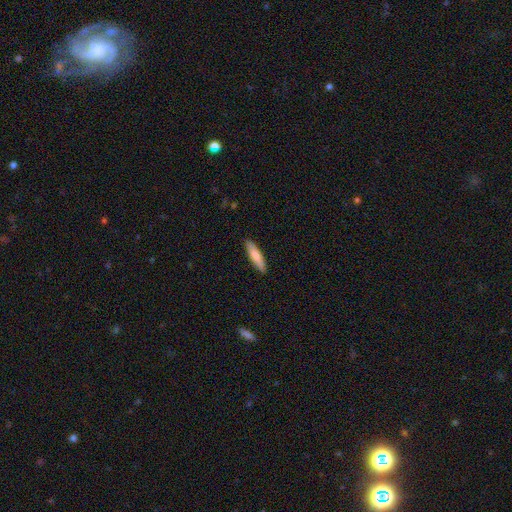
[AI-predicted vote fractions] smooth-or-featured: smooth: 79% | featured or disk: 16% | star or artifact: 5%
  how-rounded: cigar-shaped: 78% | in between: 21% | round: 1%
  merging: none: 89% | minor disturbance: 9% | major disturbance: 2% | merger: 1%